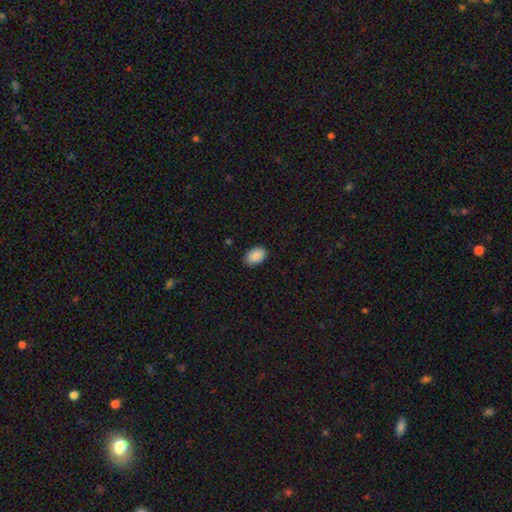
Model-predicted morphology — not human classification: Overall: smooth (90%). How rounded: in between (86%). Merging: none (86%).